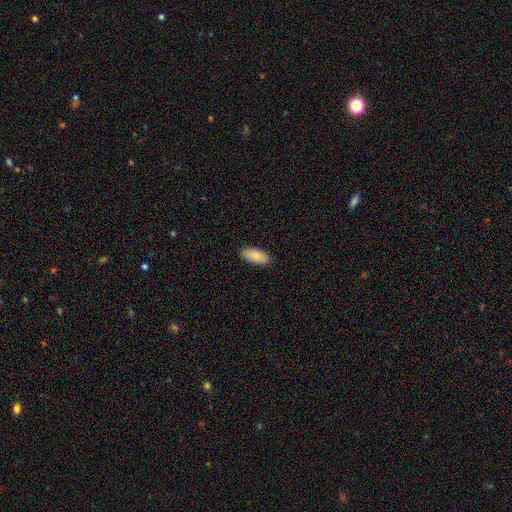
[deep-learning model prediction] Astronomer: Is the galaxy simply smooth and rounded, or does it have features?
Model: smooth — 87%.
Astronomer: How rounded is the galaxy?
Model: in between — 89%.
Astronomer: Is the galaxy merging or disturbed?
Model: none — 87%.